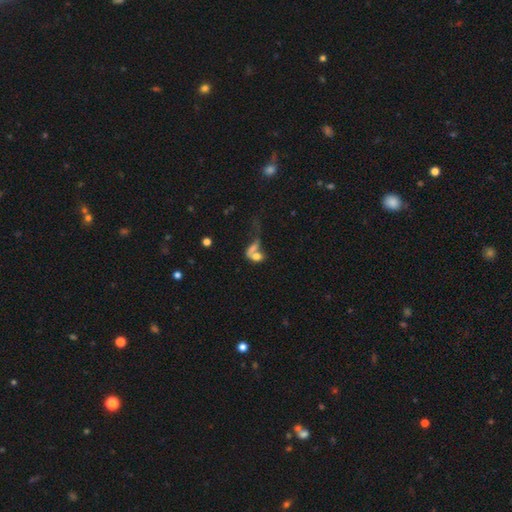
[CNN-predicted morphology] smooth_or_featured: smooth (p=0.61) [alt: featured or disk p=0.26]
how_rounded: in between (p=0.67) [alt: round p=0.25]
merging: merger (p=0.55) [alt: major disturbance p=0.19]